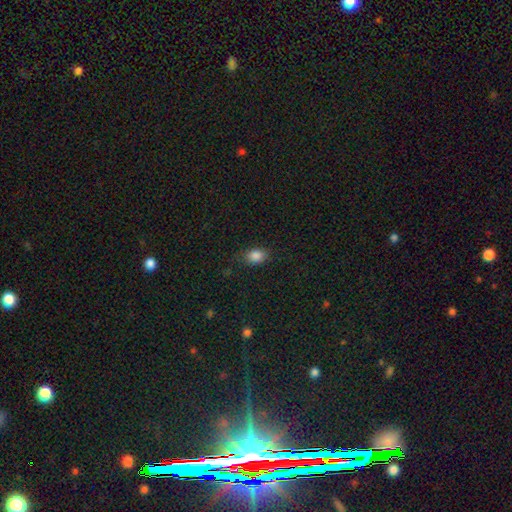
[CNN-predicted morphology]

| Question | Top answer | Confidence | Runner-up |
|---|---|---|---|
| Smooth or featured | smooth | 86% | star or artifact (10%) |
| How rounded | in between | 73% | round (25%) |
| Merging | none | 80% | minor disturbance (15%) |